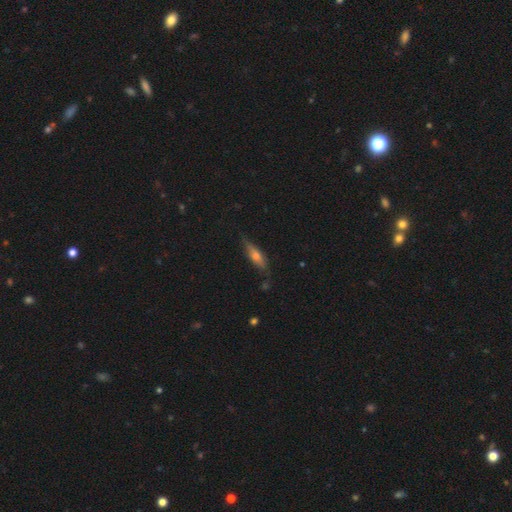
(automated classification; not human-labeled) smooth_or_featured: smooth (p=0.47) [alt: featured or disk p=0.45]
merging: none (p=0.76) [alt: minor disturbance p=0.19]